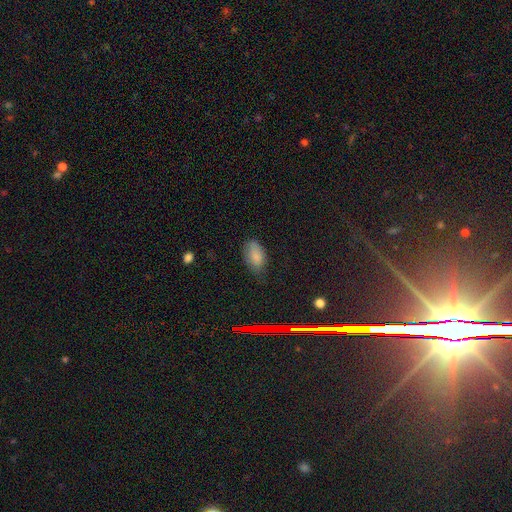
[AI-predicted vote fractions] The model was most divided on "merging": none: 66%, minor disturbance: 26%, major disturbance: 6%, merger: 2%. More confident: how rounded — in between (93%); smooth or featured — smooth (80%).